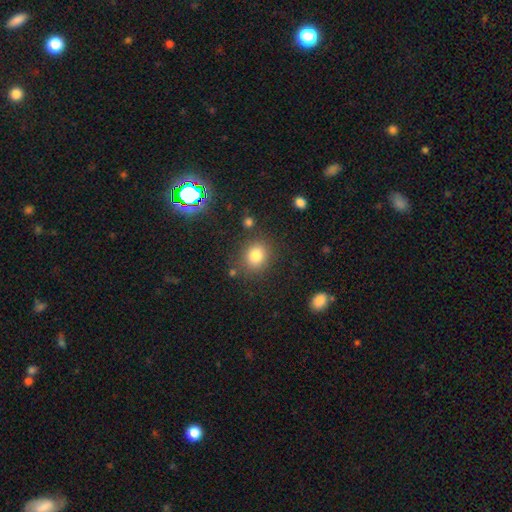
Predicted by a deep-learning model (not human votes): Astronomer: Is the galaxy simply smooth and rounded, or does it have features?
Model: smooth — 81%.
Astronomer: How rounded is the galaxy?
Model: round — 71%.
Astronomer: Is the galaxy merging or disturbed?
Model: none — 82%.